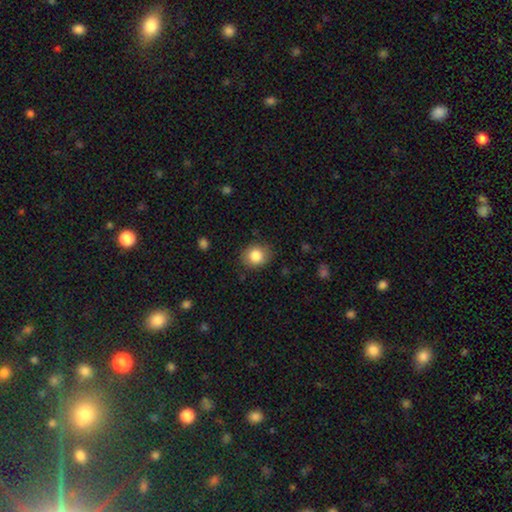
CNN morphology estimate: Smooth or featured?
  - smooth: 84% *
  - star or artifact: 9%
  - featured or disk: 7%
How rounded?
  - round: 69% *
  - in between: 31%
  - cigar-shaped: 1%
Merging?
  - none: 83% *
  - minor disturbance: 13%
  - major disturbance: 3%
  - merger: 1%